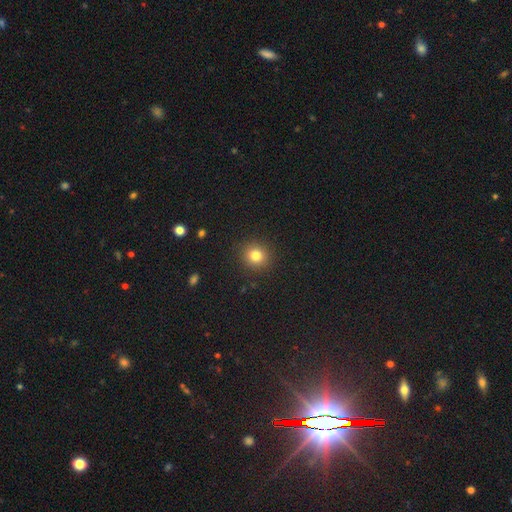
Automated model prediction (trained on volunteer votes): This appears to be a smooth galaxy with no disk features (81%) that is round (86%). Merging: none (90%).